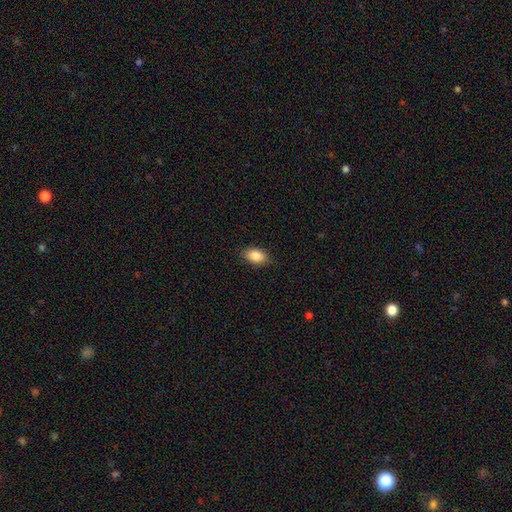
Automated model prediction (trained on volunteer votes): smooth-or-featured: smooth: 87% | star or artifact: 7% | featured or disk: 5%
  how-rounded: in between: 90% | round: 8% | cigar-shaped: 2%
  merging: none: 86% | minor disturbance: 11% | major disturbance: 2% | merger: 1%